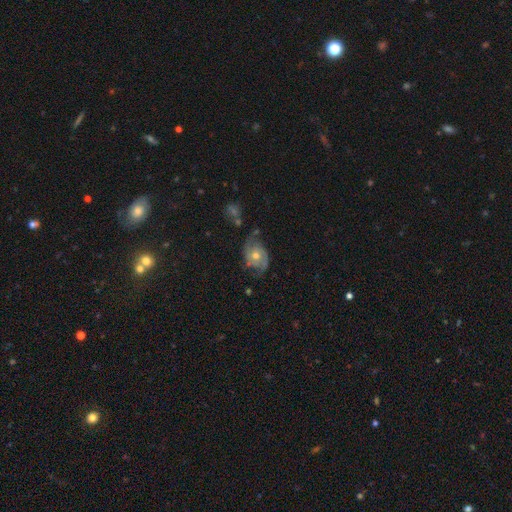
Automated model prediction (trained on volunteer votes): Smooth or featured? featured or disk (75%)
Edge-on disk? no (96%)
Bar? no (78%)
Spiral arms? yes (90%)
Spiral winding? medium (42%)
Spiral arm count? 2 (75%)
Bulge size? moderate (68%)
Merging? none (60%)